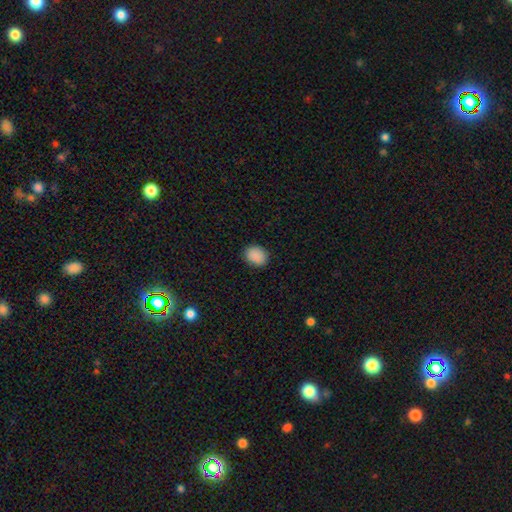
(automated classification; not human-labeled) smooth 88%, star or artifact 9%, featured or disk 3%. Down the decision tree: how rounded — in between (53%); merging — none (87%).